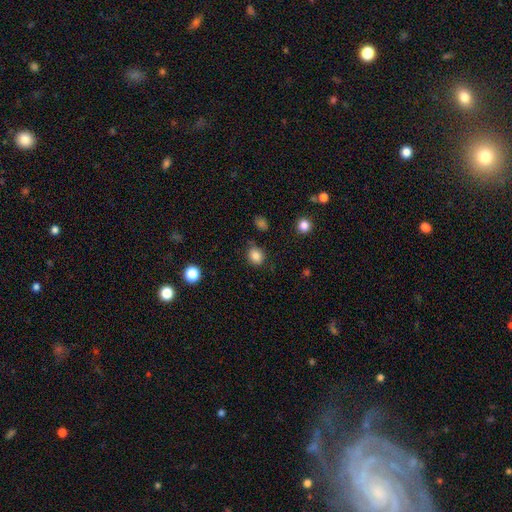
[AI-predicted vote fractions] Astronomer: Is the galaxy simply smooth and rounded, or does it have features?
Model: smooth — 84%.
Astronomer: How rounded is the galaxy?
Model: round — 70%.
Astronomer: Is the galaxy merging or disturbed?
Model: none — 76%.